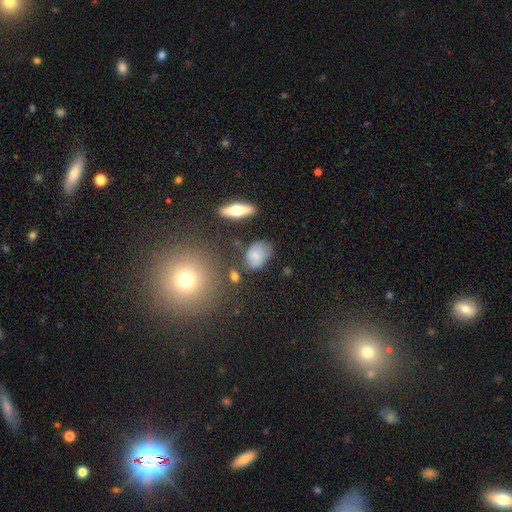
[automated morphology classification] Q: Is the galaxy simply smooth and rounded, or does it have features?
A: smooth — 63%.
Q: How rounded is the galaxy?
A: in between — 74%.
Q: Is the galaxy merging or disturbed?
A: none — 61%.